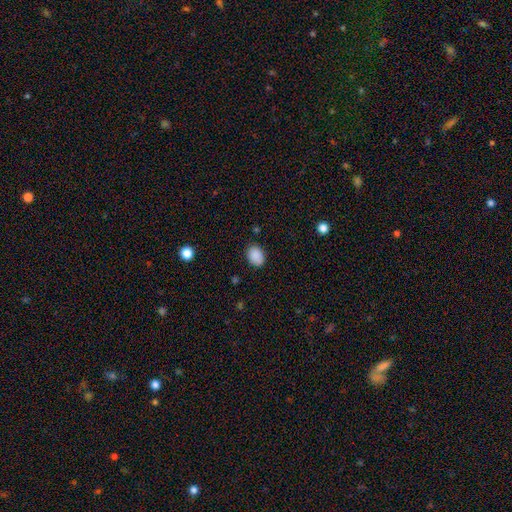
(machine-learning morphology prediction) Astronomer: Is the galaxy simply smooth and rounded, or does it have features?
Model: smooth — 89%.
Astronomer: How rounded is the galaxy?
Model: in between — 67%.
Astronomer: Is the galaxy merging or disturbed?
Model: none — 85%.